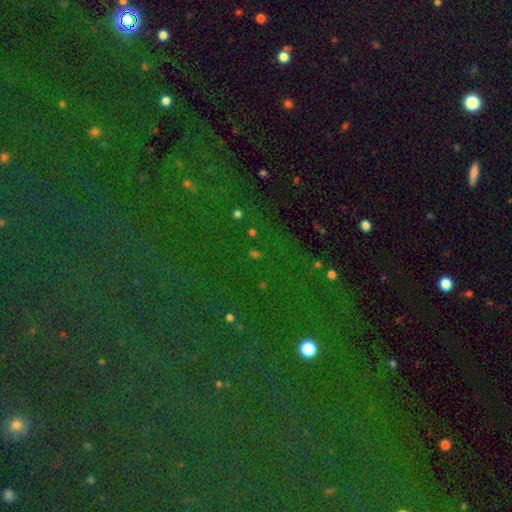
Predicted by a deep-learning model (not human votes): Overall: star or artifact (82%).